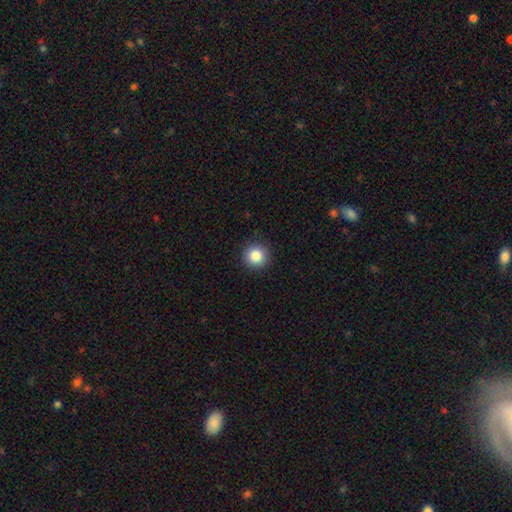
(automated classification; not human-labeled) A smooth galaxy with no disk features (85%) that is round (94%). Merging: none (92%).